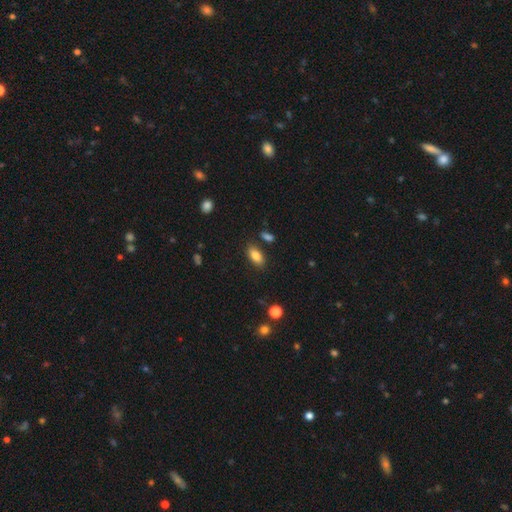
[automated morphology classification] type=smooth (83%); roundness=in between (89%); merging=none (82%).